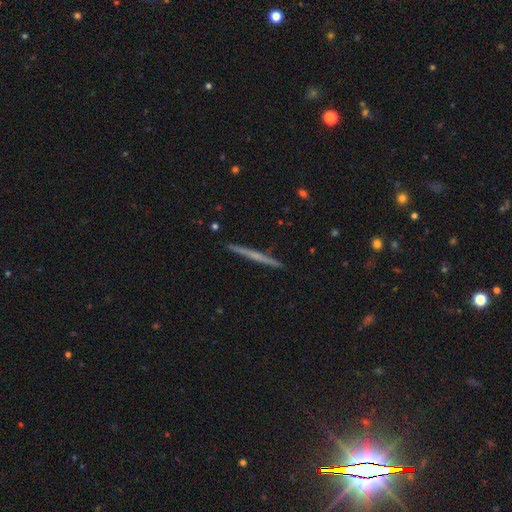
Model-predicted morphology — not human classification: The model was most divided on "smooth or featured": featured or disk: 62%, smooth: 31%, star or artifact: 6%. More confident: edge-on disk — yes (98%); merging — none (92%); edge-on bulge — none (65%).